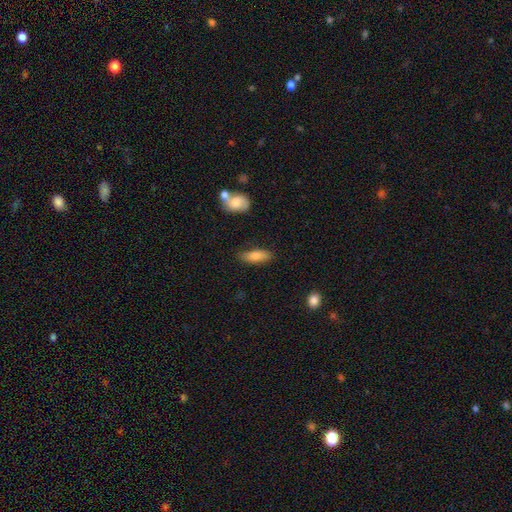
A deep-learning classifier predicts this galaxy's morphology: type=smooth (74%); roundness=in between (54%); merging=none (82%).